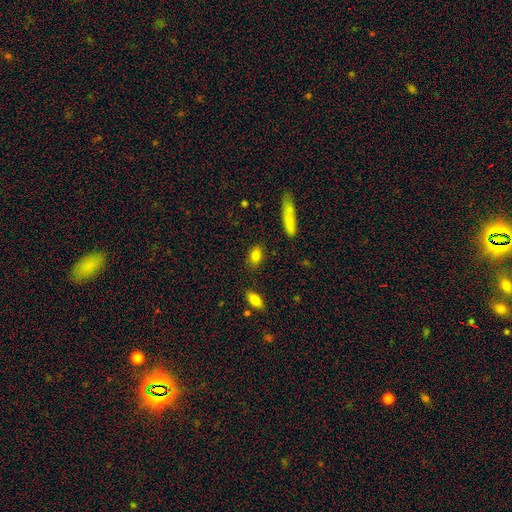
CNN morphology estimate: This appears to be a smooth galaxy with no disk features (83%) that is in between round and cigar-shaped (83%). Merging: none (85%).